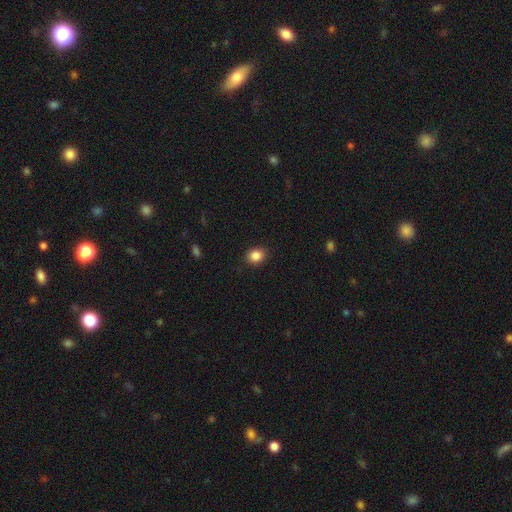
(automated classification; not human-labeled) This is clearly a smooth galaxy (87%). How rounded: likely round (68%). Merging: clearly none (88%).